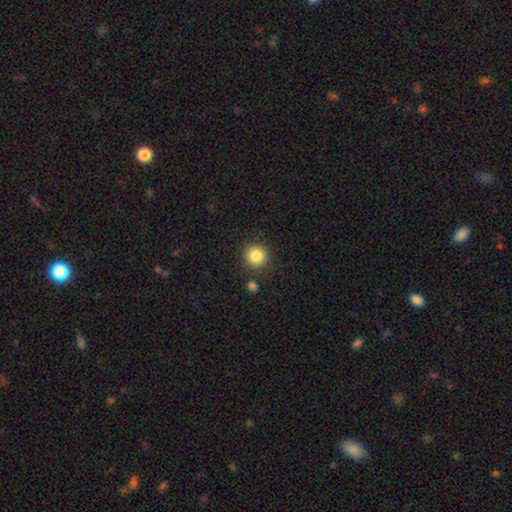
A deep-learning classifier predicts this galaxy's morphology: type=smooth (85%); roundness=round (94%); merging=none (87%).